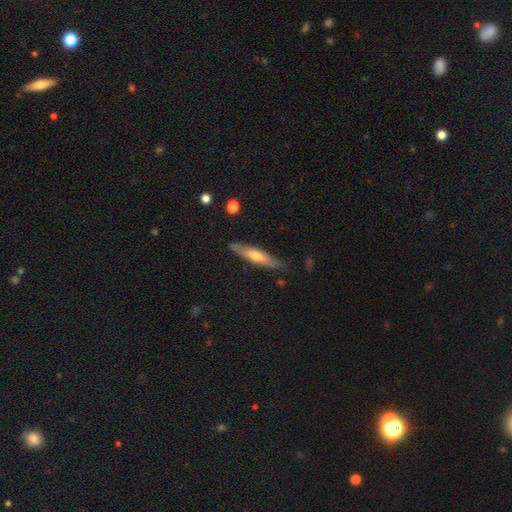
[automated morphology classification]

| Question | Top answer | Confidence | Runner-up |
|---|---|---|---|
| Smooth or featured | smooth | 49% | featured or disk (45%) |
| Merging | none | 82% | minor disturbance (14%) |